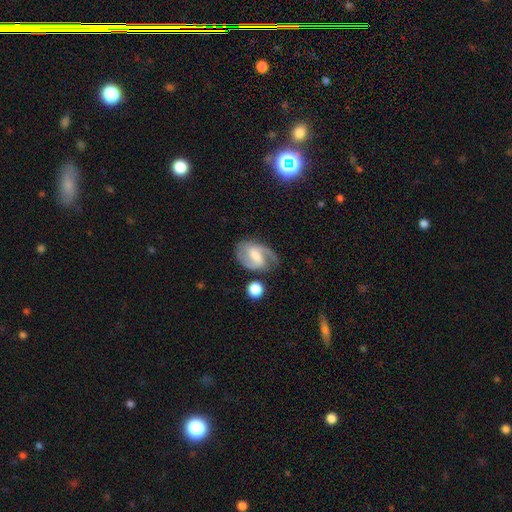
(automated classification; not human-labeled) Smooth or featured? featured or disk (82%)
Edge-on disk? no (97%)
Bar? weak (53%)
Spiral arms? yes (95%)
Spiral winding? medium (53%)
Spiral arm count? 2 (82%)
Bulge size? moderate (49%)
Merging? none (70%)